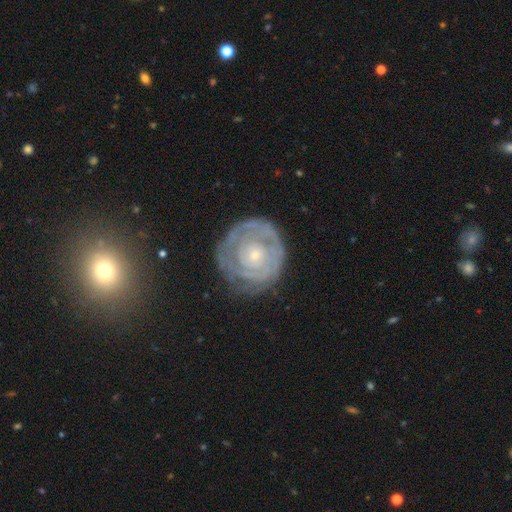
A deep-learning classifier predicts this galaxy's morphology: This appears to be a featured or disk galaxy (71%) with no bar (84%), spiral arms (66%) and a small central bulge (66%). Merging: none (74%).